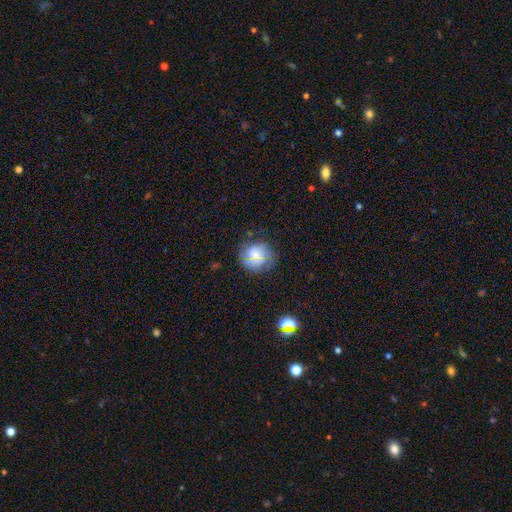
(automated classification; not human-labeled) A smooth galaxy with no disk features (57%) that is round (83%).

Vote fractions:
- Smooth or featured? smooth: 57% / featured or disk: 31% / star or artifact: 12%
- How rounded? round: 83% / in between: 15% / cigar-shaped: 1%
- Merging? none: 69% / minor disturbance: 21% / major disturbance: 8% / merger: 2%